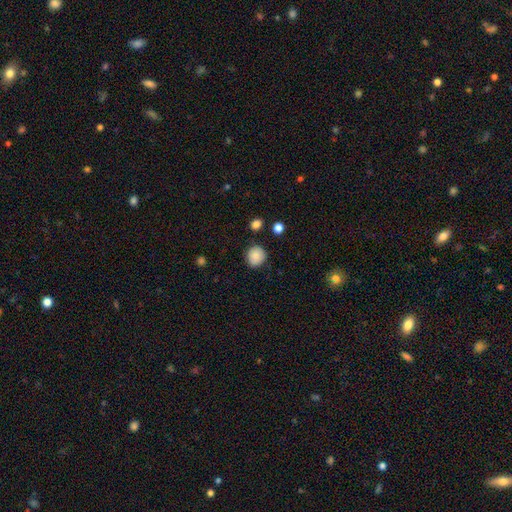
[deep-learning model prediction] This is clearly a smooth galaxy (85%). How rounded: clearly round (87%). Merging: clearly none (83%).